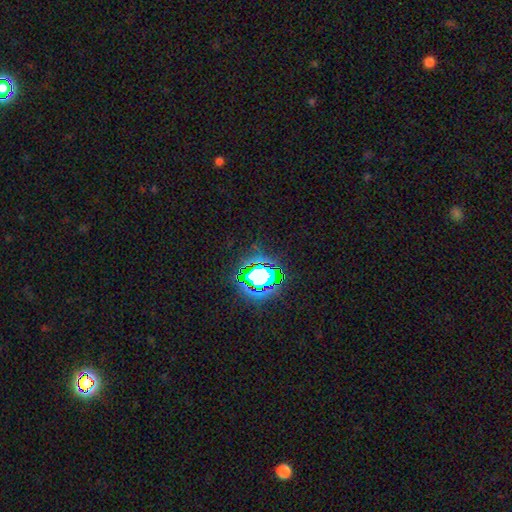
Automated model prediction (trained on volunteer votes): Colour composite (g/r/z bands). It shows a star or artifact, not a galaxy (81%).